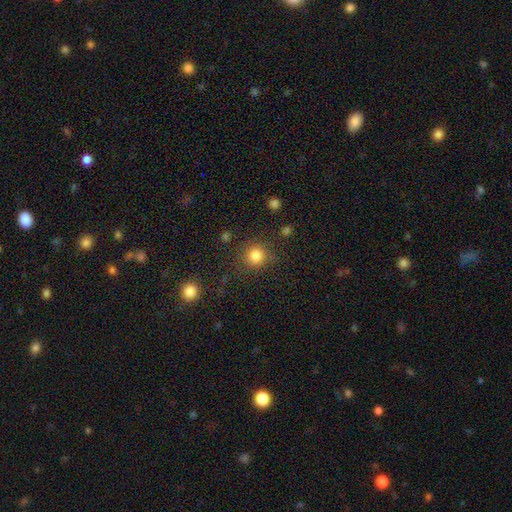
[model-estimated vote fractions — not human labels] Q: Smooth or featured?
A: smooth (84%); runner-up: star or artifact (11%)
Q: How rounded?
A: round (91%); runner-up: in between (8%)
Q: Merging?
A: none (82%); runner-up: minor disturbance (10%)